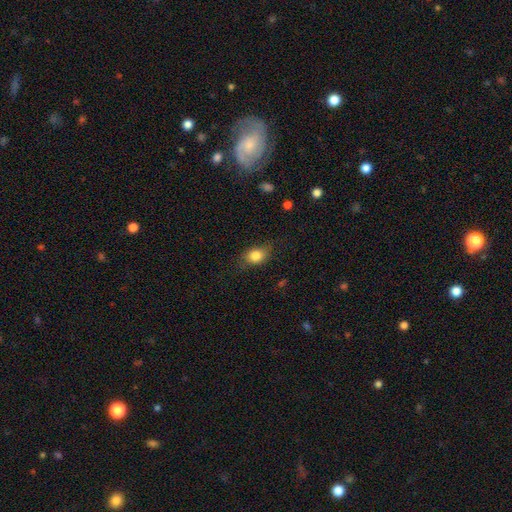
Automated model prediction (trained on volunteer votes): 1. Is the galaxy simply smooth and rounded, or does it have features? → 83% smooth, 9% star or artifact, 9% featured or disk.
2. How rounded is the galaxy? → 65% in between, 33% round, 2% cigar-shaped.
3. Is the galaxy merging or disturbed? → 73% none, 20% minor disturbance, 6% major disturbance, 1% merger.